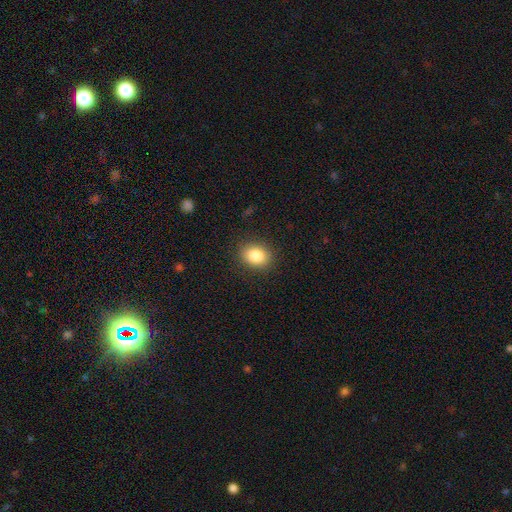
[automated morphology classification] The model was most divided on "how rounded": in between: 57%, round: 42%, cigar-shaped: 1%. More confident: merging — none (87%); smooth or featured — smooth (84%).